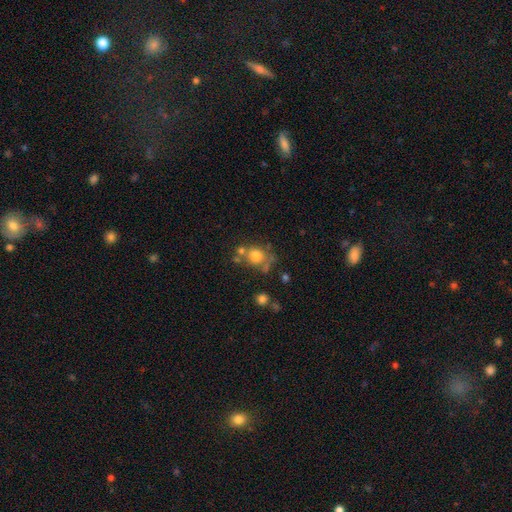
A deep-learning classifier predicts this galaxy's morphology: A smooth galaxy with no disk features (71%) that is round (71%).

Vote fractions:
- Smooth or featured? smooth: 71% / featured or disk: 16% / star or artifact: 12%
- How rounded? round: 71% / in between: 28% / cigar-shaped: 1%
- Merging? none: 49% / merger: 24% / minor disturbance: 17% / major disturbance: 9%